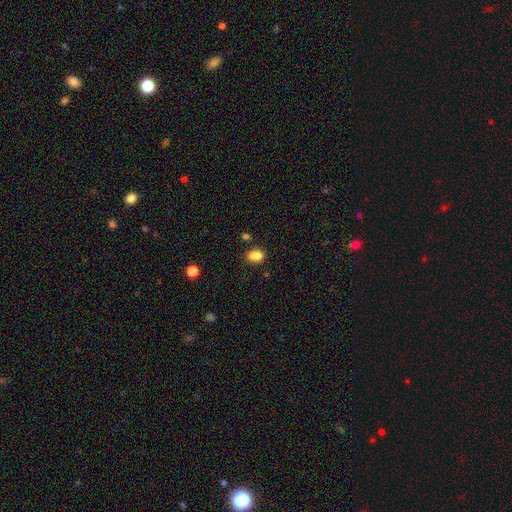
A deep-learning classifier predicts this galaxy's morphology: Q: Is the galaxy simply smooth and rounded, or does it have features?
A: smooth — 80%.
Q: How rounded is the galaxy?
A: in between — 67%.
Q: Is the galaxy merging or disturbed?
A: none — 52%.